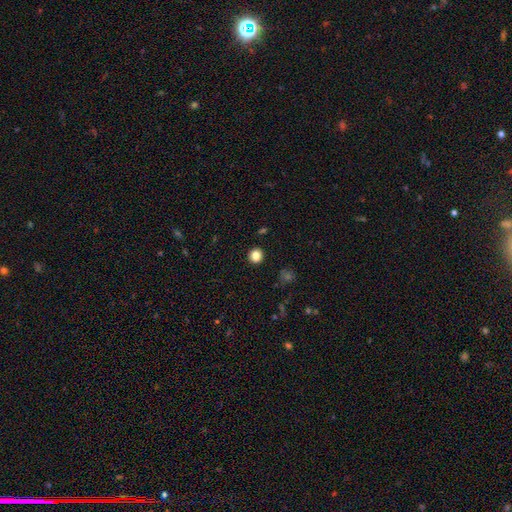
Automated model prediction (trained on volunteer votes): Overall: smooth (84%). How rounded: round (93%). Merging: none (93%).